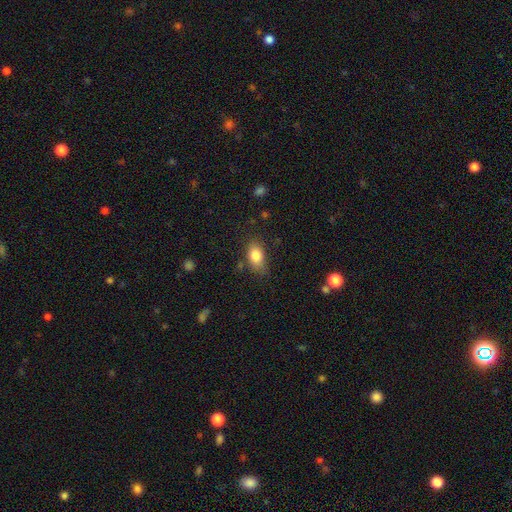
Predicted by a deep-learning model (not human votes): Morphology: type=smooth (82%); roundness=in between (84%); merging=none (73%).